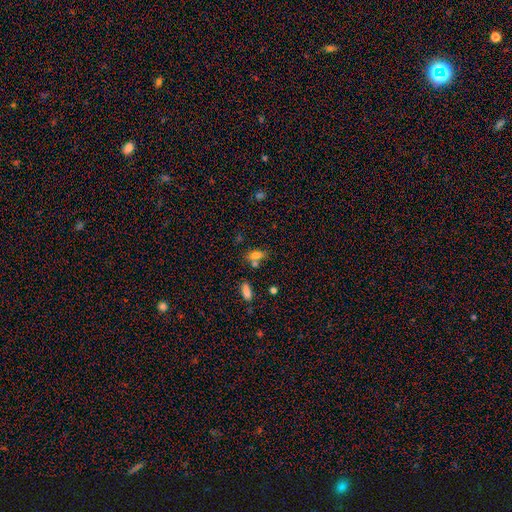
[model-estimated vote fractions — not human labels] Smooth or featured? Predicted: smooth (p=0.77). How rounded? Predicted: in between (p=0.80). Merging? Predicted: none (p=0.52).